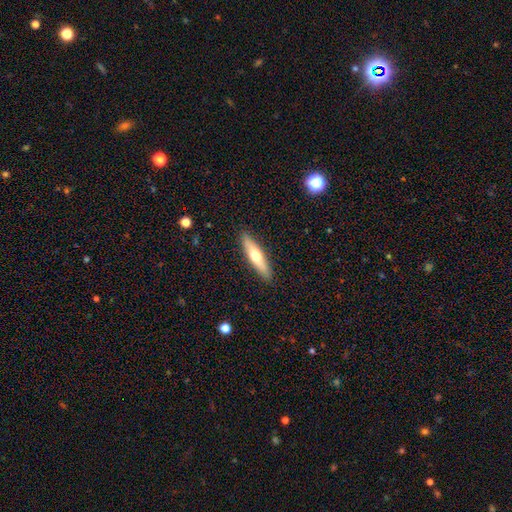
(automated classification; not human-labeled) Smooth or featured?
  - smooth: 56% *
  - featured or disk: 39%
  - star or artifact: 5%
How rounded?
  - cigar-shaped: 77% *
  - in between: 21%
  - round: 2%
Merging?
  - none: 90% *
  - minor disturbance: 8%
  - major disturbance: 2%
  - merger: 1%